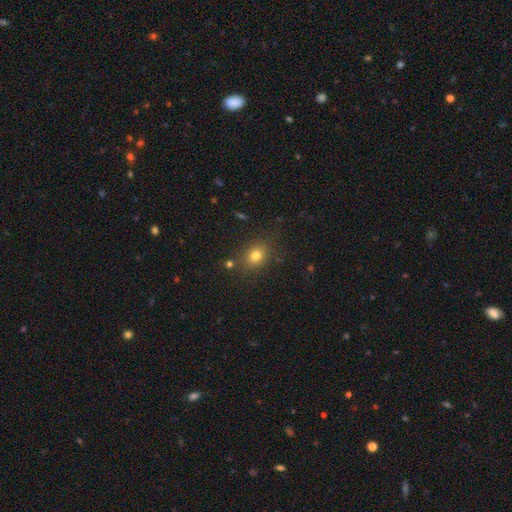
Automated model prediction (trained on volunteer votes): A smooth galaxy with no disk features (77%) that is round (59%). Merging: none (81%).